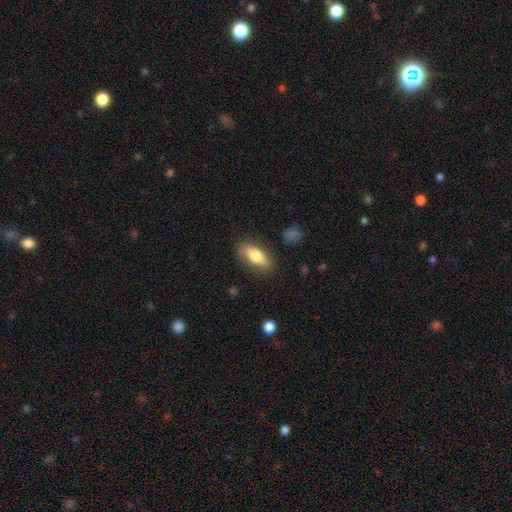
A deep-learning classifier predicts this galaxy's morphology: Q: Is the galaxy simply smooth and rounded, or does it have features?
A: smooth — 76%.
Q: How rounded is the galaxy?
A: in between — 82%.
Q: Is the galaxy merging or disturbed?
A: none — 83%.